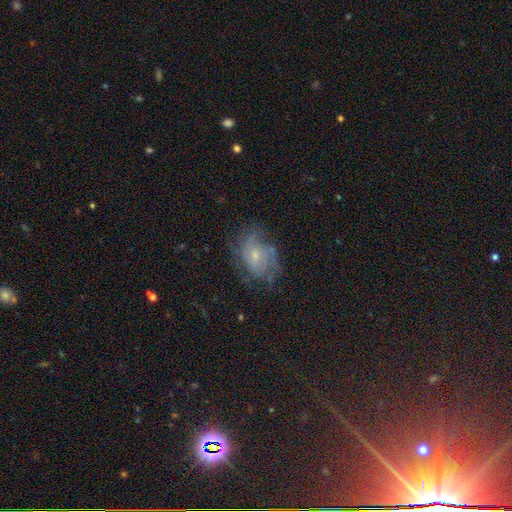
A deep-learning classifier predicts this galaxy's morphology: This is likely a featured or disk galaxy (69%). It is clearly not viewed edge-on (97%). Bar: likely no (66%). Spiral arm pattern: clearly yes (83%). Spiral arm count: marginally can't tell (42%). Spiral winding: marginally tight (41%, tied with medium). Central bulge: likely small (65%). Merging: possibly none (57%).